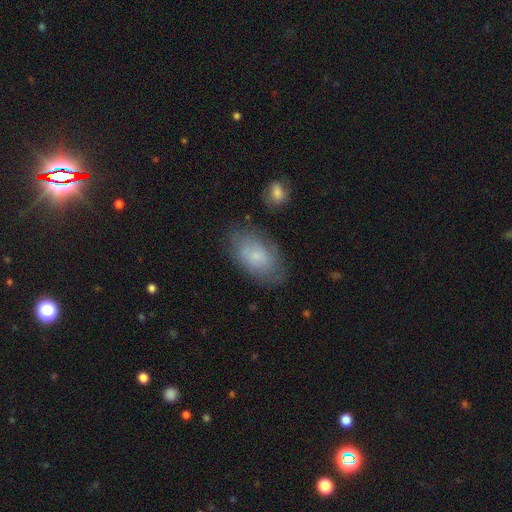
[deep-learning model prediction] smooth_or_featured: smooth (p=0.67) [alt: featured or disk p=0.25]
how_rounded: in between (p=0.91) [alt: round p=0.07]
merging: none (p=0.70) [alt: minor disturbance p=0.20]